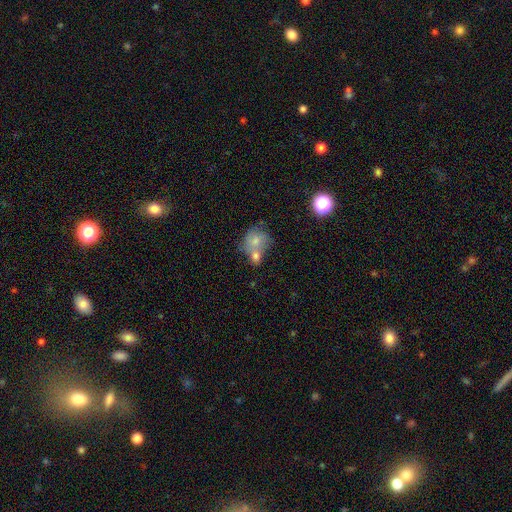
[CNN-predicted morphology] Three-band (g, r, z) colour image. It shows a smooth galaxy with no disk features (70%) that is round (63%). Merging: merger (49%).